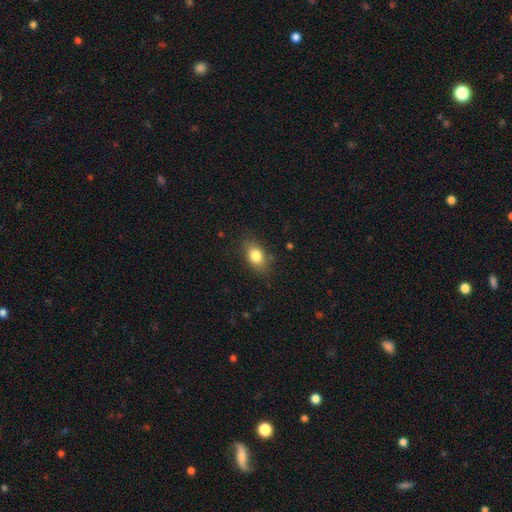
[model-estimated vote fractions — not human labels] Smooth or featured?
  - smooth: 81% *
  - featured or disk: 10%
  - star or artifact: 8%
How rounded?
  - in between: 81% *
  - round: 15%
  - cigar-shaped: 4%
Merging?
  - none: 81% *
  - minor disturbance: 14%
  - major disturbance: 3%
  - merger: 1%